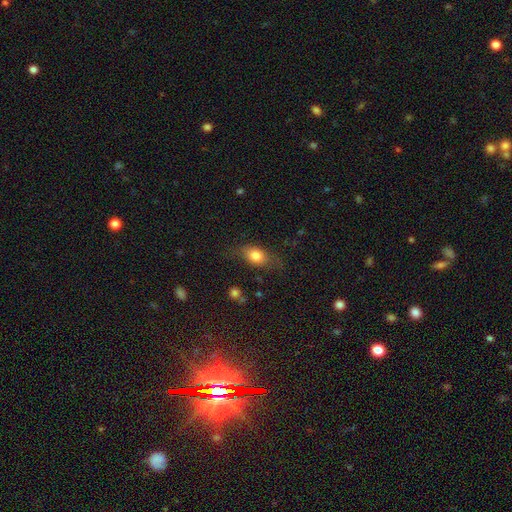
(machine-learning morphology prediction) Smooth or featured? Predicted: smooth (p=0.75). How rounded? Predicted: in between (p=0.74). Merging? Predicted: none (p=0.63).